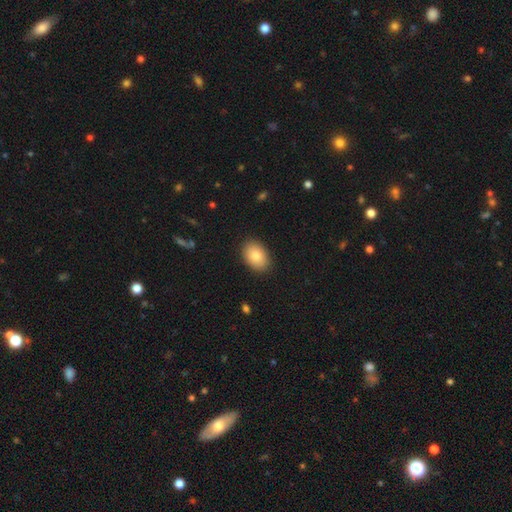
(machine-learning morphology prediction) Overall: smooth (83%). How rounded: in between (82%). Merging: none (89%).